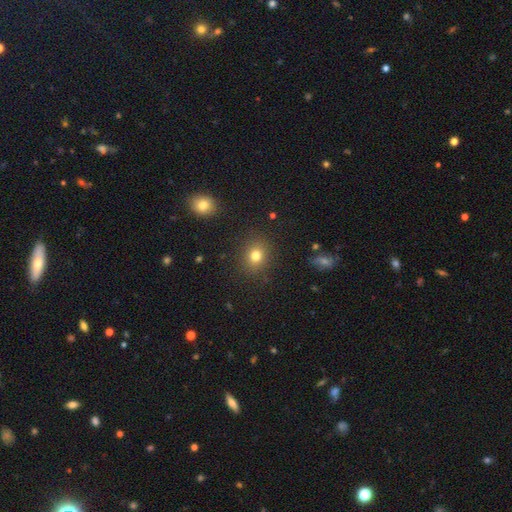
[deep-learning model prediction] Smooth or featured? Predicted: smooth (p=0.78). How rounded? Predicted: round (p=0.69). Merging? Predicted: none (p=0.87).